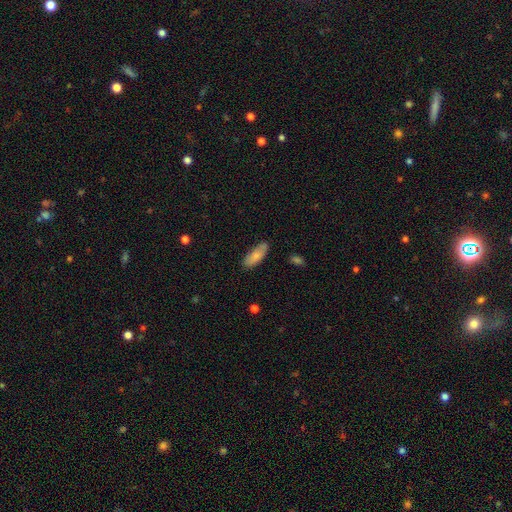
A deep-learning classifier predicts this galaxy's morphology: Q: Smooth or featured?
A: smooth (78%); runner-up: featured or disk (16%)
Q: How rounded?
A: in between (71%); runner-up: cigar-shaped (27%)
Q: Merging?
A: none (80%); runner-up: minor disturbance (16%)